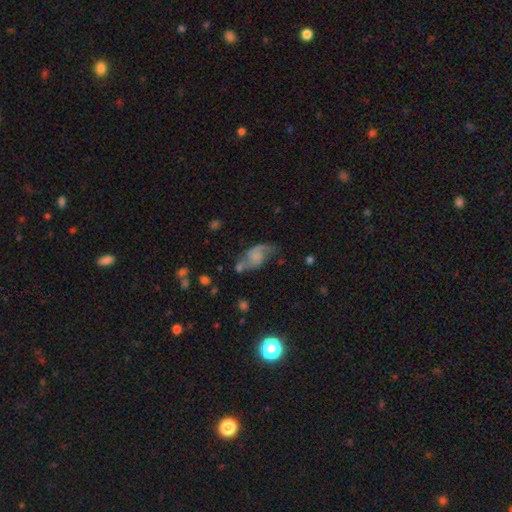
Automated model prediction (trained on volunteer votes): smooth_or_featured: featured or disk (p=0.67) [alt: smooth p=0.24]
disk_edge_on: no (p=0.97) [alt: yes p=0.03]
bar: no (p=0.60) [alt: weak p=0.33]
has_spiral_arms: yes (p=0.90) [alt: no p=0.10]
spiral_winding: loose (p=0.62) [alt: medium p=0.30]
spiral_arm_count: 2 (p=0.87) [alt: 1 p=0.06]
bulge_size: none (p=0.57) [alt: small p=0.23]
merging: none (p=0.49) [alt: minor disturbance p=0.24]